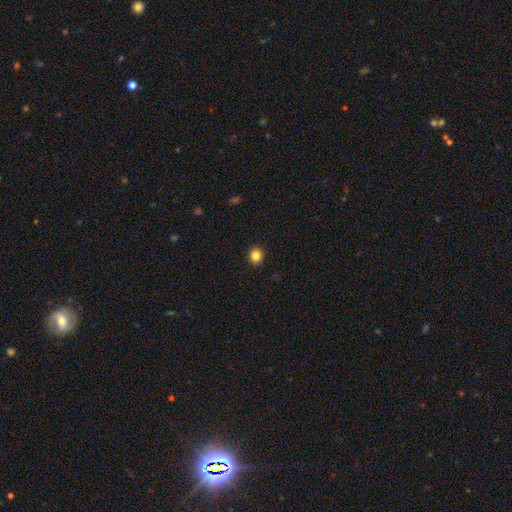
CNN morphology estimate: Smooth or featured? Predicted: smooth (p=0.84). How rounded? Predicted: round (p=0.80). Merging? Predicted: none (p=0.92).